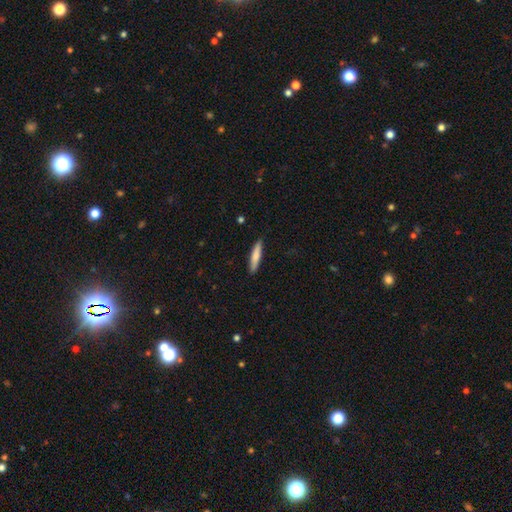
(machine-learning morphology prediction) smooth 74%, featured or disk 21%, star or artifact 5%. Down the decision tree: how rounded — cigar-shaped (87%); merging — none (89%).